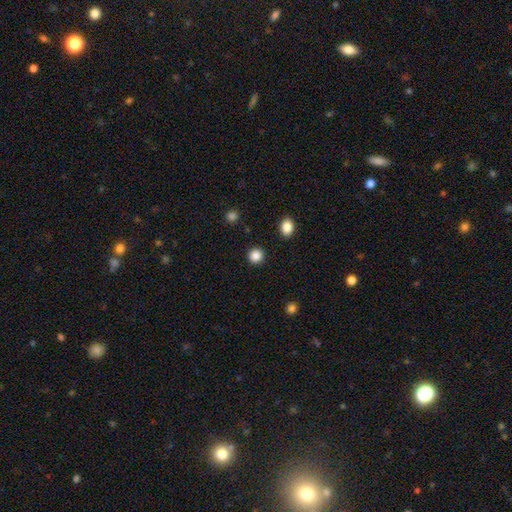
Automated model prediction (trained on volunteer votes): Smooth or featured?
  - smooth: 86% *
  - star or artifact: 11%
  - featured or disk: 3%
How rounded?
  - round: 93% *
  - in between: 6%
  - cigar-shaped: 1%
Merging?
  - none: 92% *
  - minor disturbance: 4%
  - major disturbance: 2%
  - merger: 1%